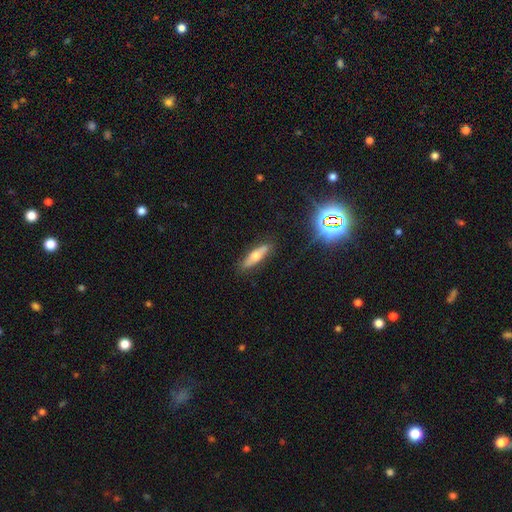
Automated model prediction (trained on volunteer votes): A smooth galaxy with no disk features (52%) that is cigar-shaped (63%). Merging: none (83%).